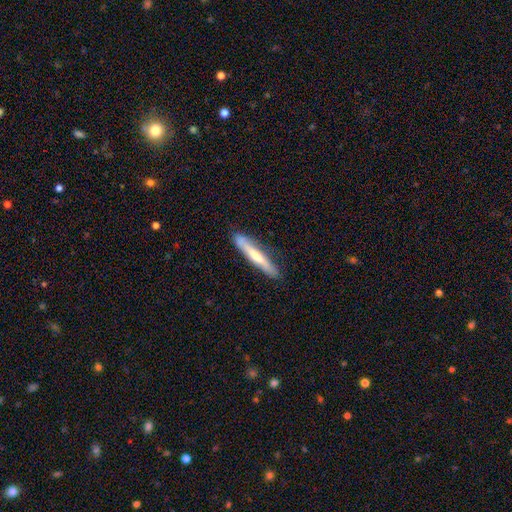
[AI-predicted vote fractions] Overall: featured or disk (52%; smooth 42%). Edge-on disk: yes (92%). Merging: none (87%).